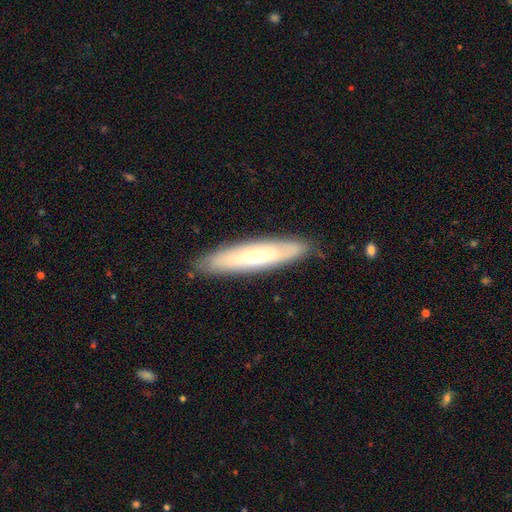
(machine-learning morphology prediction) Smooth or featured: smooth — 50% (featured or disk — 44%)
Merging: none — 86% (minor disturbance — 11%)